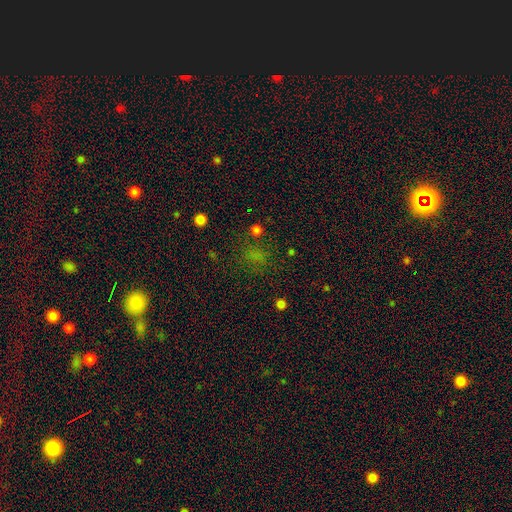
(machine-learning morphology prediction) type=smooth (55%); roundness=round (69%); merging=none (69%).